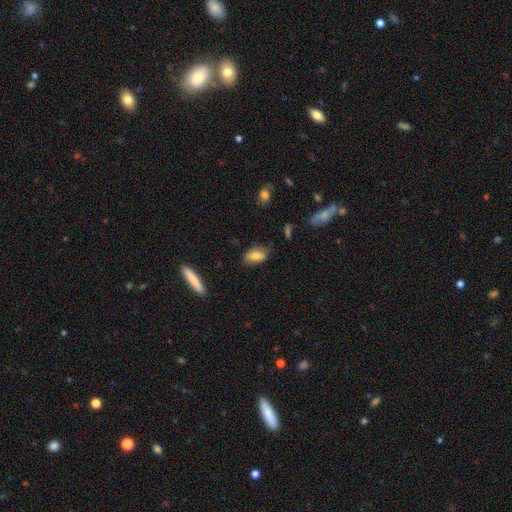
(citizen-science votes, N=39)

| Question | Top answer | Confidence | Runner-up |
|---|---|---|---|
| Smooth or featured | smooth | 72% | featured or disk (18%) |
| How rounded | in between | 86% | round (7%) |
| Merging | none | 66% | minor disturbance (29%) |